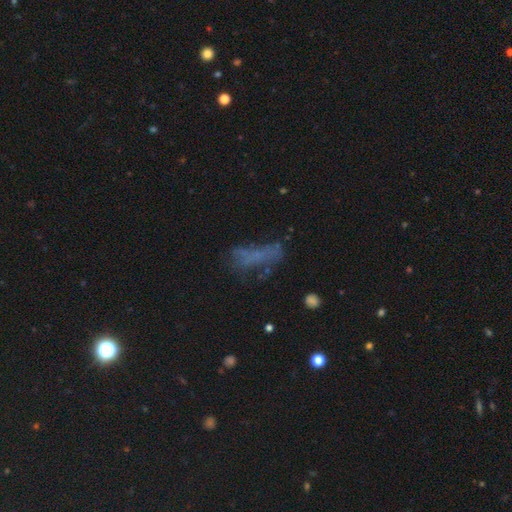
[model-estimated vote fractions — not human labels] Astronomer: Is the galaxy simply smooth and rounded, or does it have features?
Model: smooth — 41% (runner-up: featured or disk, 35%).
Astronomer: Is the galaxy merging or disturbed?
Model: none — 40% (runner-up: major disturbance, 32%).